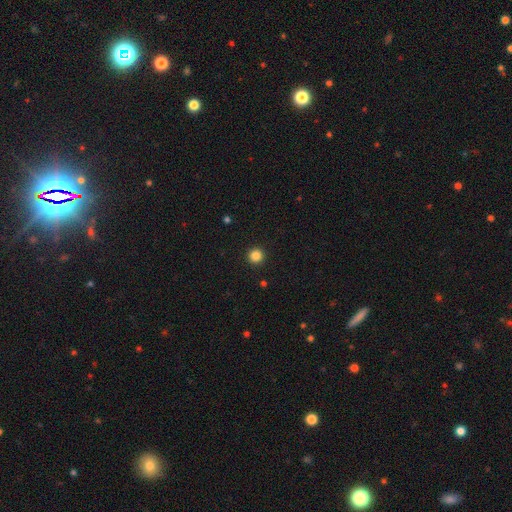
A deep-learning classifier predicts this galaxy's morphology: A smooth galaxy with no disk features (85%) that is round (96%). Merging: none (94%).